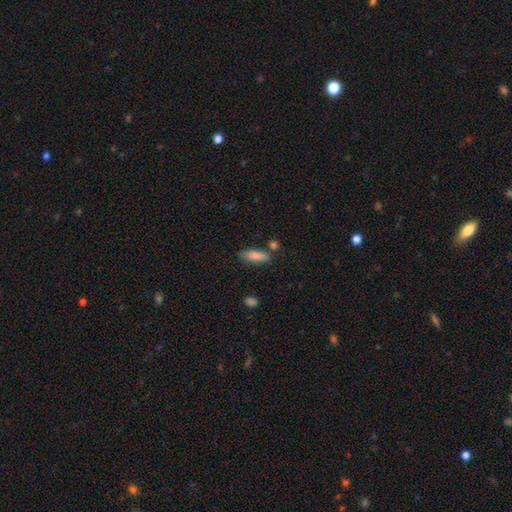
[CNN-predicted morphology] Overall: smooth (83%). How rounded: in between (57%; cigar-shaped 41%). Merging: none (70%).